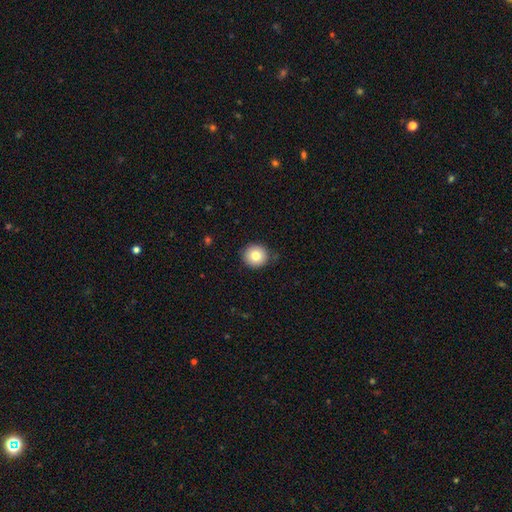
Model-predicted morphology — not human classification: Overall: smooth (80%). How rounded: round (95%). Merging: none (89%).